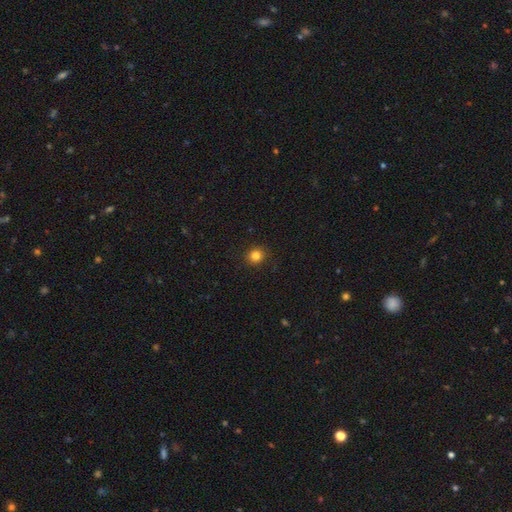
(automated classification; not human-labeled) This is clearly a smooth galaxy (83%). How rounded: clearly round (87%). Merging: clearly none (91%).